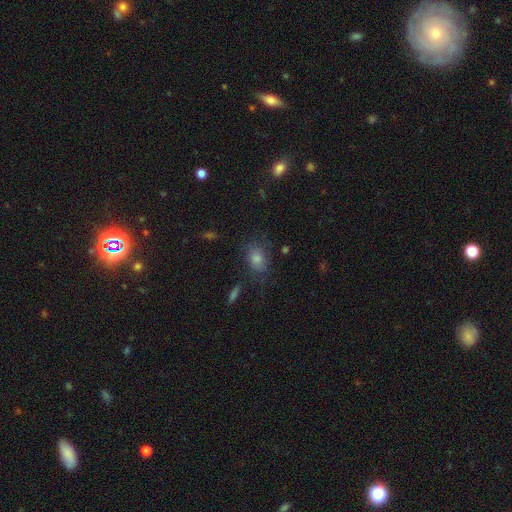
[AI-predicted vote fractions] This appears to be a smooth galaxy with no disk features (53%) that is in between round and cigar-shaped (64%). Merging: none (74%).